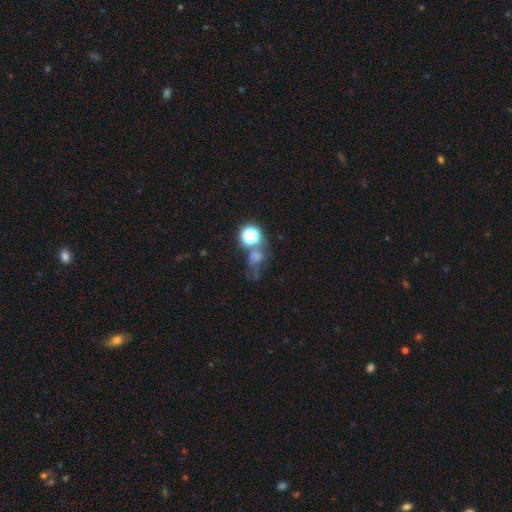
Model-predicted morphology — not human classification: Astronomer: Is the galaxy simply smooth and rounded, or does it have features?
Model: star or artifact — 50% (runner-up: smooth, 32%).